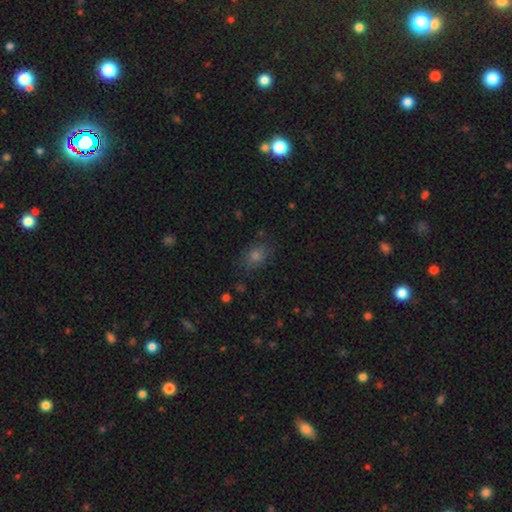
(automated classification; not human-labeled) Q: Smooth or featured?
A: smooth (66%); runner-up: star or artifact (24%)
Q: How rounded?
A: in between (62%); runner-up: round (36%)
Q: Merging?
A: none (80%); runner-up: minor disturbance (14%)